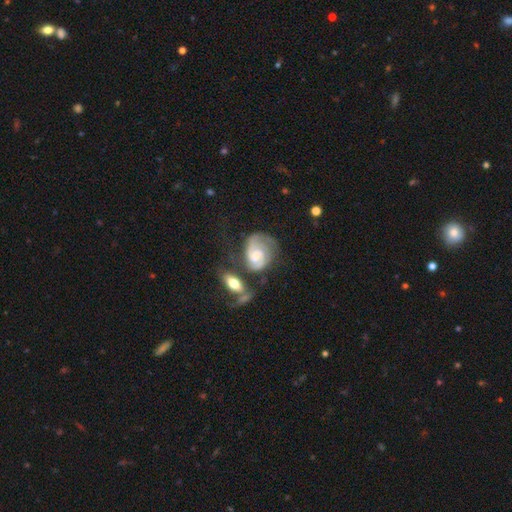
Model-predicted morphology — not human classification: smooth-or-featured: featured or disk: 83% | smooth: 11% | star or artifact: 6%
  disk-edge-on: no: 97% | yes: 3%
    bar: weak: 44% (tied) | no: 44% (tied) | strong: 12%
    has-spiral-arms: yes: 95% | no: 5%
      spiral-winding: tight: 48% | medium: 39% | loose: 13%
      spiral-arm-count: 2: 65% | can't tell: 14% | 1: 9% | 3: 8% | 4: 2% | more than 4: 2%
    bulge-size: moderate: 47% | small: 34% | none: 9% | large: 9% | dominant: 2%
  merging: none: 39% | merger: 22% | major disturbance: 20% | minor disturbance: 19%